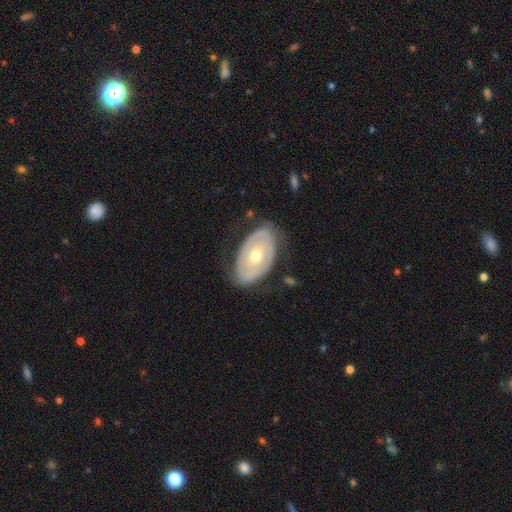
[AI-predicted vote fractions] featured or disk 66%, smooth 29%, star or artifact 5%. Down the decision tree: edge-on disk — no (92%); bar — no (76%); spiral arms — no (57%); bulge size — moderate (61%); merging — none (71%).